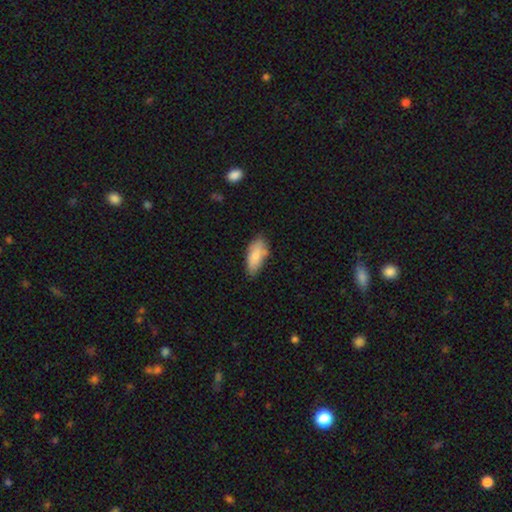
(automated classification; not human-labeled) Morphology: type=smooth (83%); roundness=in between (85%); merging=none (67%).